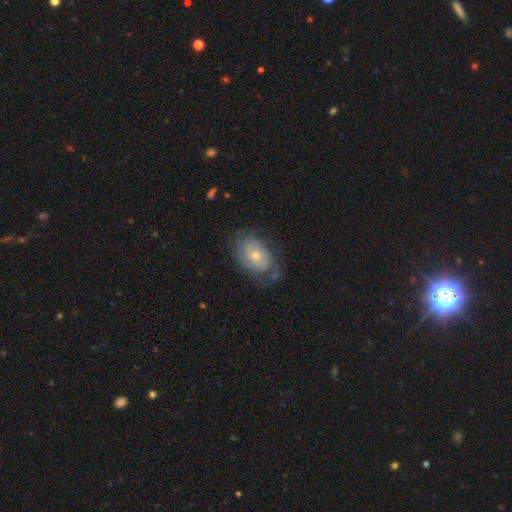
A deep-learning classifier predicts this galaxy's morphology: Smooth or featured? Predicted: featured or disk (p=0.47). Merging? Predicted: none (p=0.55).